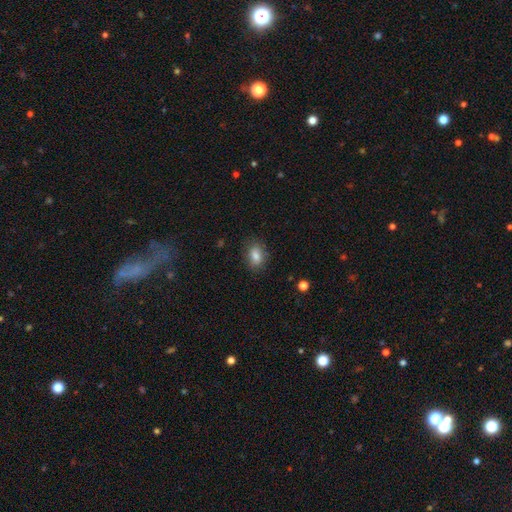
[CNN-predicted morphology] Smooth or featured?
  - smooth: 82% *
  - star or artifact: 9%
  - featured or disk: 9%
How rounded?
  - in between: 80% *
  - round: 18%
  - cigar-shaped: 2%
Merging?
  - none: 82% *
  - minor disturbance: 13%
  - major disturbance: 3%
  - merger: 1%